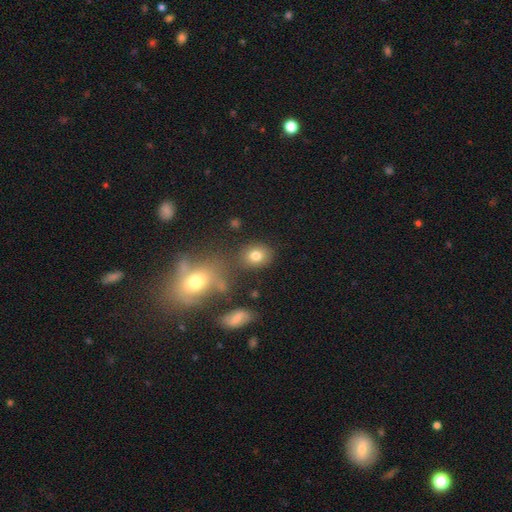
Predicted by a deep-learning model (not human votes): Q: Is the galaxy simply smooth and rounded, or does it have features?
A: smooth — 77%.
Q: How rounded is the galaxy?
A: round — 52%.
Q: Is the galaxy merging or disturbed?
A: none — 75%.